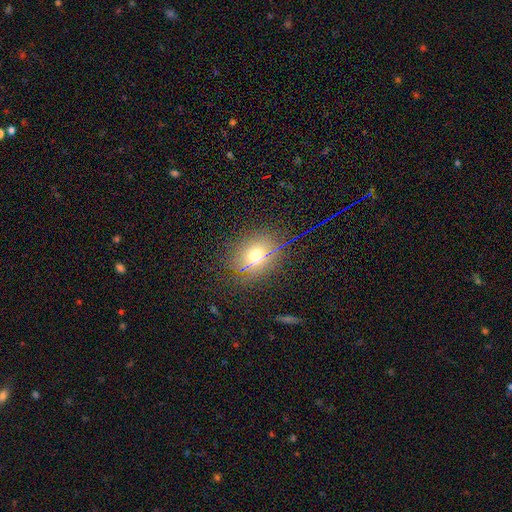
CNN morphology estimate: The model was most divided on "how rounded": round: 53%, in between: 44%, cigar-shaped: 3%. More confident: merging — none (83%); smooth or featured — smooth (63%).